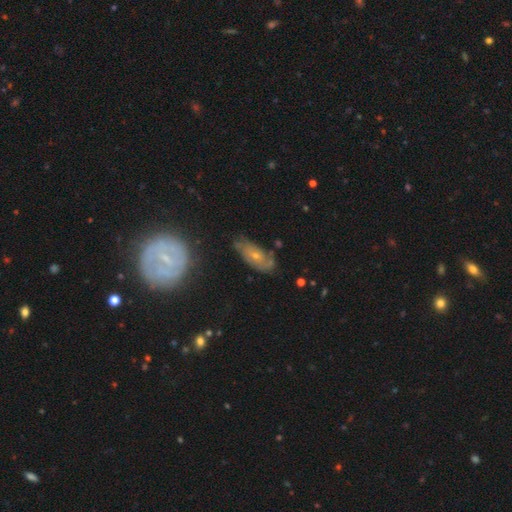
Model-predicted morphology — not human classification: type=featured or disk (56%); edge-on=no (88%); merging=none (59%).